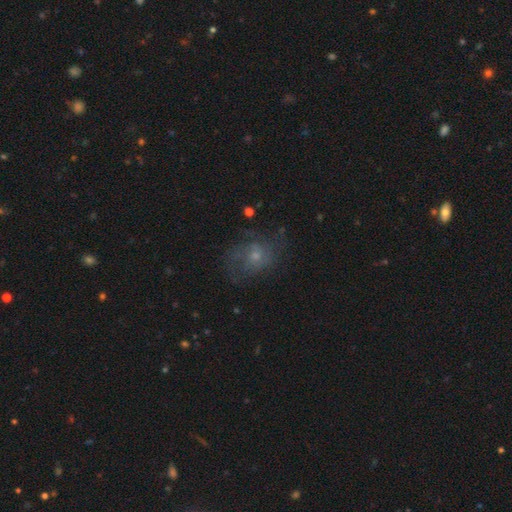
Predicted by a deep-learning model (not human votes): Morphology: type=featured or disk (47%); merging=none (60%).